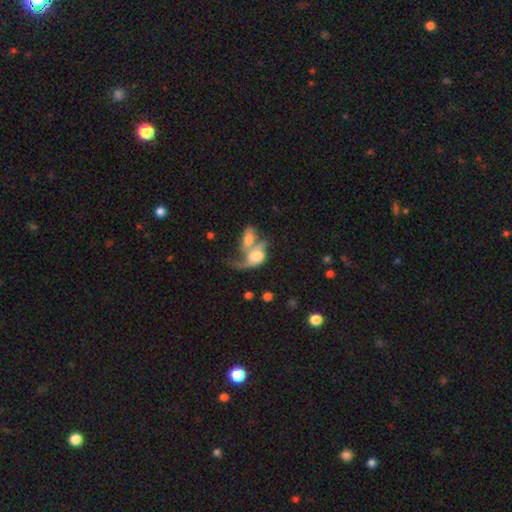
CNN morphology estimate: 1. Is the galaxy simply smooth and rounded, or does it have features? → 47% smooth, 44% featured or disk, 9% star or artifact.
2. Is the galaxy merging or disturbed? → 69% merger, 15% major disturbance, 10% none, 6% minor disturbance.